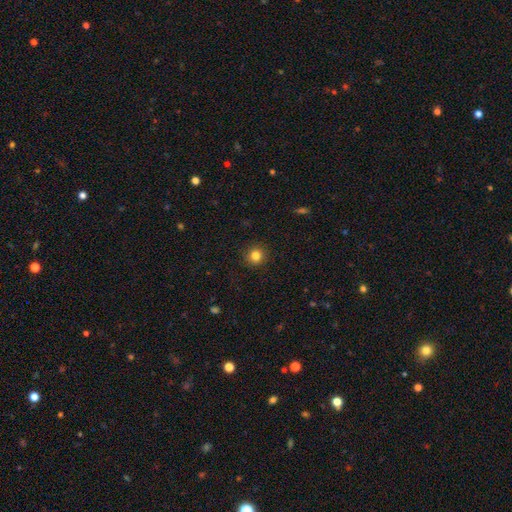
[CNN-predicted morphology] Overall: smooth (82%). How rounded: round (92%). Merging: none (91%).